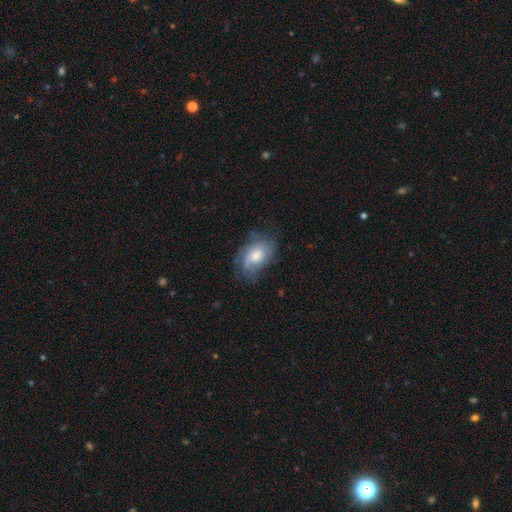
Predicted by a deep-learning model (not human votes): featured or disk 58%, smooth 35%, star or artifact 7%. Down the decision tree: edge-on disk — no (96%); bar — no (71%); spiral arms — yes (86%); bulge size — moderate (55%); merging — none (61%).